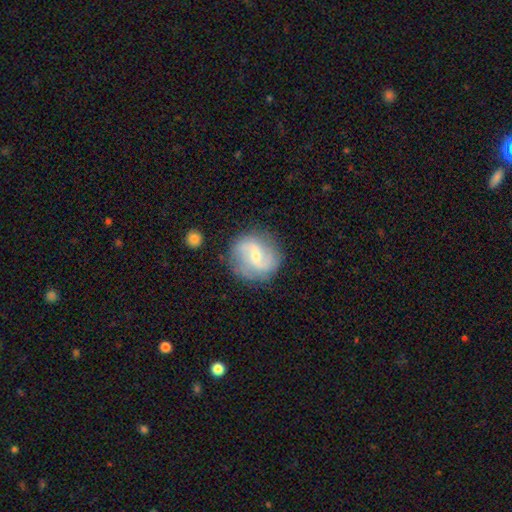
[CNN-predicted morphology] A featured or disk galaxy (77%) with a weak bar (52%), 2 (82%) medium (43%) spiral arms (93%) and a small central bulge (58%).

Vote fractions:
- Smooth or featured? featured or disk: 77% / smooth: 17% / star or artifact: 6%
- Edge-on disk? no: 98% / yes: 2%
- Bar? weak: 52% / no: 28% / strong: 19%
- Spiral arms? yes: 93% / no: 7%
- Spiral winding? medium: 43% / loose: 40% / tight: 17%
- Spiral arm count? 2: 82% / can't tell: 8% / 3: 5% / 1: 2% / 4: 2% / more than 4: 2%
- Bulge size? small: 58% / moderate: 37% / none: 2% / large: 2% / dominant: 1%
- Merging? none: 81% / minor disturbance: 12% / major disturbance: 5% / merger: 2%